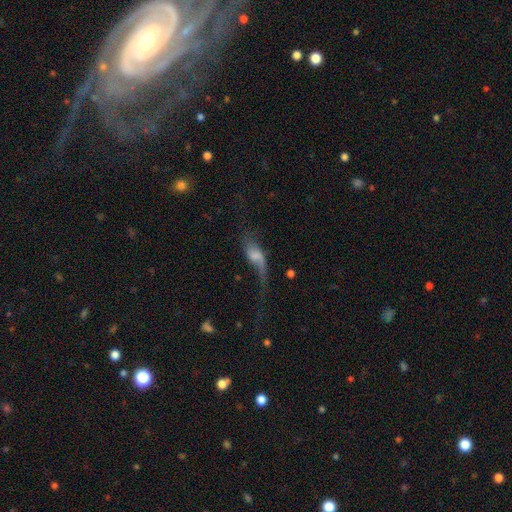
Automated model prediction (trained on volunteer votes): Smooth or featured: featured or disk — 50% (smooth — 40%)
Merging: major disturbance — 51% (none — 23%)